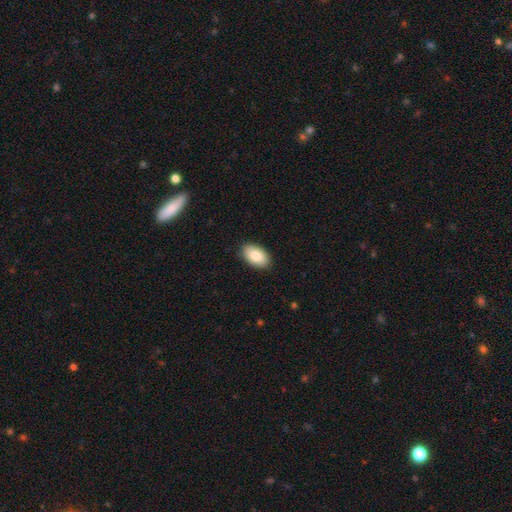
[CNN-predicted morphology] Smooth or featured? Predicted: smooth (p=0.86). How rounded? Predicted: in between (p=0.94). Merging? Predicted: none (p=0.88).